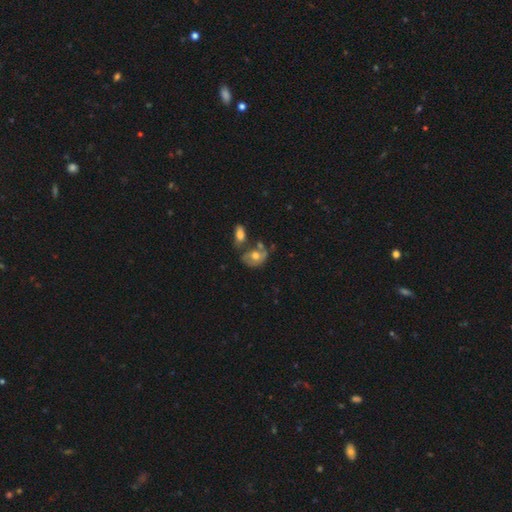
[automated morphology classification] type=smooth (51%); roundness=in between (74%); merging=none (39%).